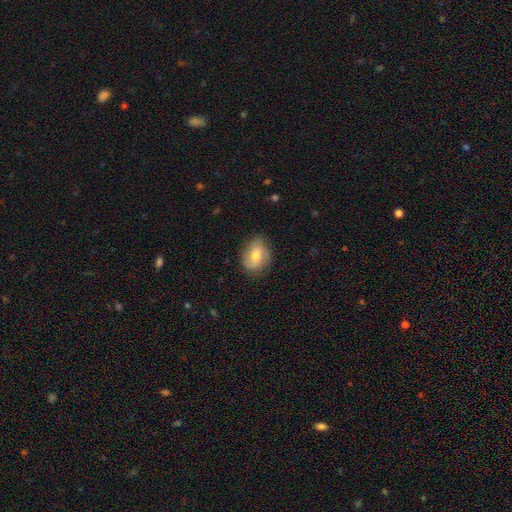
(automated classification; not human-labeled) A smooth galaxy with no disk features (53%) that is in between round and cigar-shaped (62%).

Vote fractions:
- Smooth or featured? smooth: 53% / featured or disk: 40% / star or artifact: 7%
- How rounded? in between: 62% / round: 36% / cigar-shaped: 1%
- Merging? none: 72% / minor disturbance: 21% / major disturbance: 6% / merger: 1%